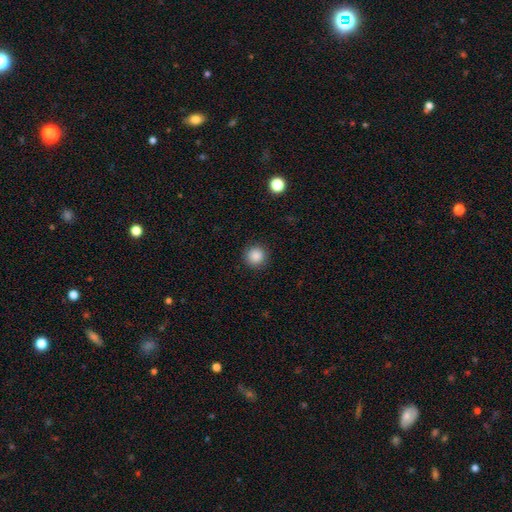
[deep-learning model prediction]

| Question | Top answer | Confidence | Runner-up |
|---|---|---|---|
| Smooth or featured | smooth | 87% | star or artifact (10%) |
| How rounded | round | 95% | in between (4%) |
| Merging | none | 91% | minor disturbance (6%) |